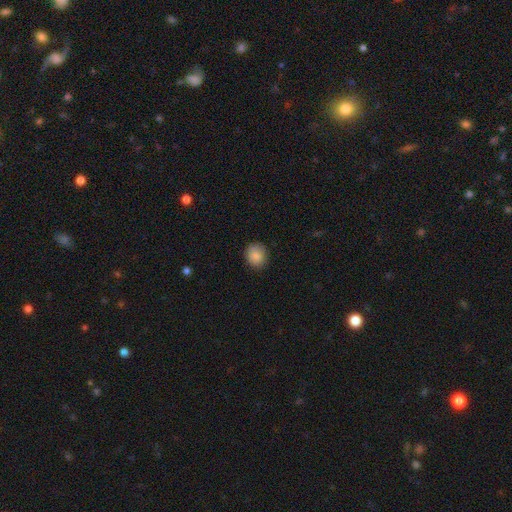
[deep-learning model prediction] Smooth or featured? Predicted: smooth (p=0.87). How rounded? Predicted: round (p=0.82). Merging? Predicted: none (p=0.86).